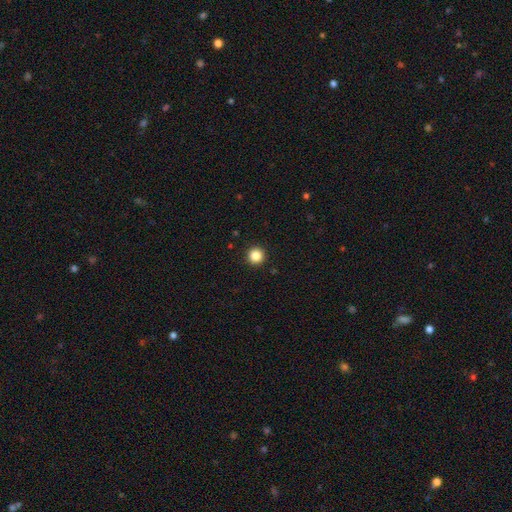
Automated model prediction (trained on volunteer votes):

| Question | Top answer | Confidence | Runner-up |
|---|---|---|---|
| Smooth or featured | smooth | 86% | star or artifact (11%) |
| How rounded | round | 96% | in between (4%) |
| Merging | none | 93% | minor disturbance (4%) |